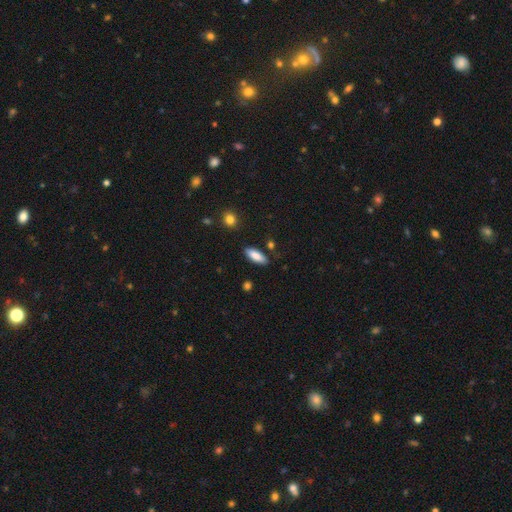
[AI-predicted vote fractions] Smooth or featured? Predicted: smooth (p=0.84). How rounded? Predicted: in between (p=0.72). Merging? Predicted: none (p=0.84).